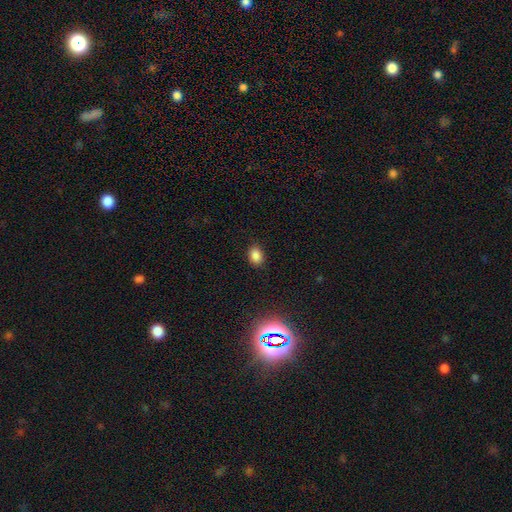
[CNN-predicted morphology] A smooth galaxy with no disk features (84%) that is in between round and cigar-shaped (67%). Merging: none (87%).